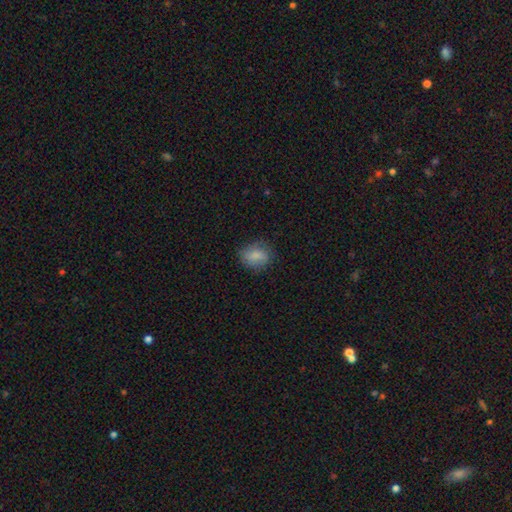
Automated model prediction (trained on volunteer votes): Smooth or featured?
  - smooth: 78% *
  - featured or disk: 14%
  - star or artifact: 8%
How rounded?
  - round: 51% *
  - in between: 47%
  - cigar-shaped: 1%
Merging?
  - none: 73% *
  - minor disturbance: 20%
  - major disturbance: 6%
  - merger: 1%